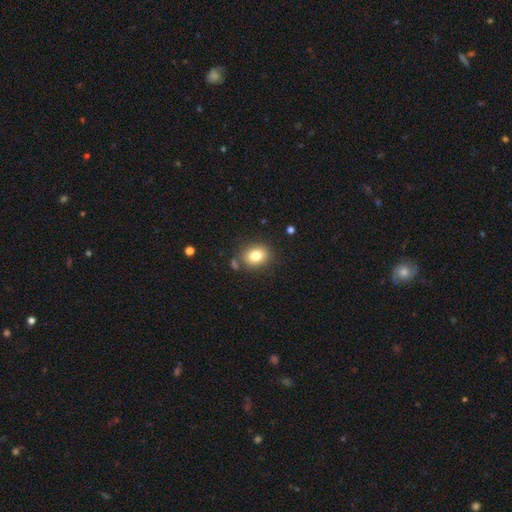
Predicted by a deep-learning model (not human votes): smooth_or_featured: smooth (p=0.80) [alt: star or artifact p=0.10]
how_rounded: round (p=0.52) [alt: in between p=0.47]
merging: none (p=0.80) [alt: minor disturbance p=0.11]